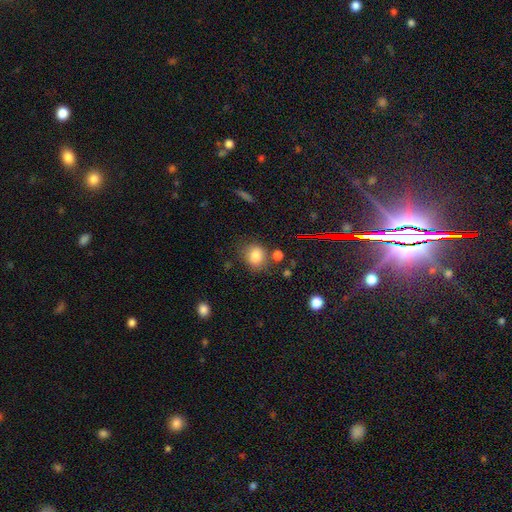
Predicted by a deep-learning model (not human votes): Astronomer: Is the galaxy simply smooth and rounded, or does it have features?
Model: smooth — 81%.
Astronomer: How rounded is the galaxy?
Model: round — 54% (runner-up: in between, 45%).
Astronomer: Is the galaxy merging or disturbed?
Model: none — 69%.